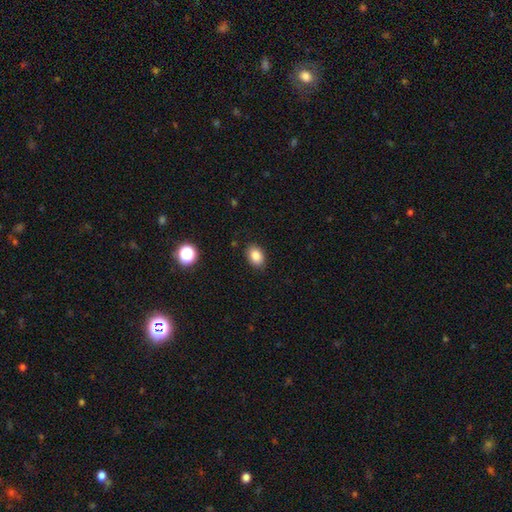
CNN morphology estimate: This appears to be a smooth galaxy with no disk features (85%) that is in between round and cigar-shaped (78%). Merging: none (87%).